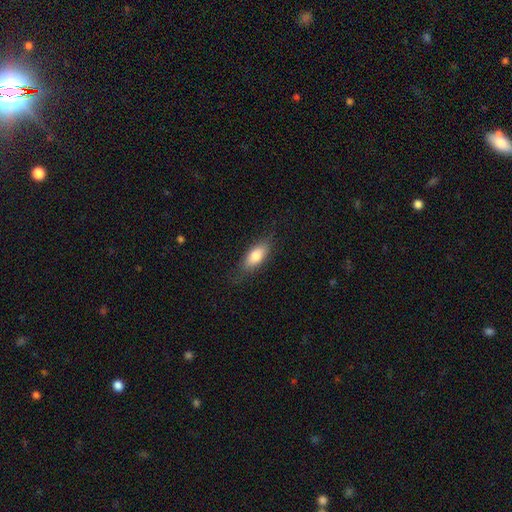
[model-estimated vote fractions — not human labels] Smooth or featured?
  - smooth: 78% *
  - featured or disk: 16%
  - star or artifact: 7%
How rounded?
  - in between: 80% *
  - cigar-shaped: 17%
  - round: 3%
Merging?
  - none: 78% *
  - minor disturbance: 16%
  - major disturbance: 4%
  - merger: 1%